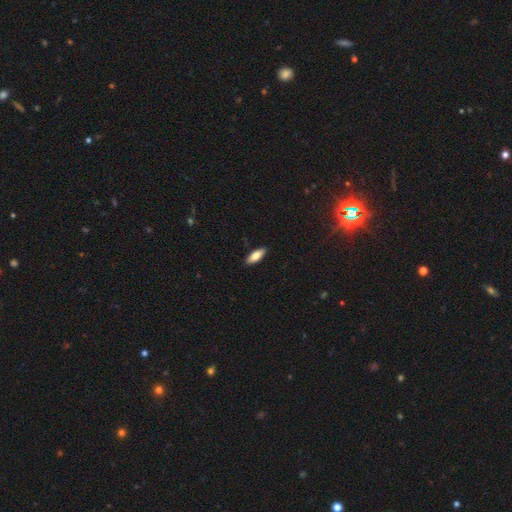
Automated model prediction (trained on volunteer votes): Smooth or featured? Predicted: smooth (p=0.79). How rounded? Predicted: in between (p=0.68). Merging? Predicted: none (p=0.89).